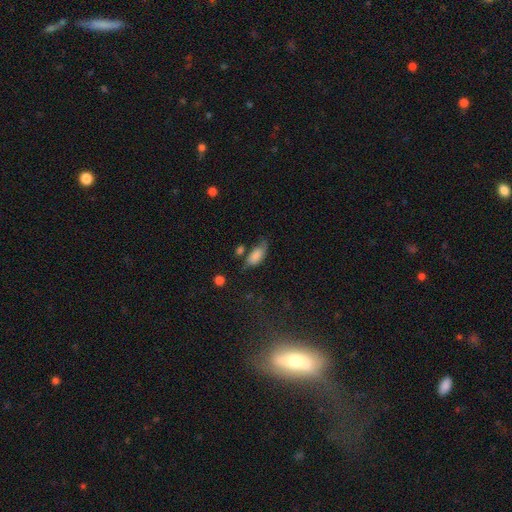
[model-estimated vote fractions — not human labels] Smooth or featured? smooth (79%)
How rounded? in between (88%)
Merging? none (43%)